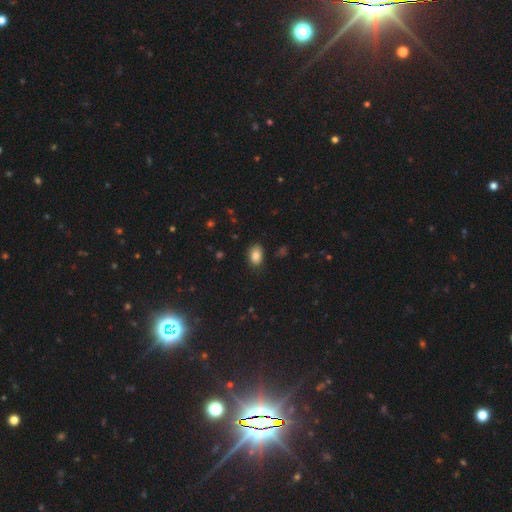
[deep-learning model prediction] smooth 86%, star or artifact 9%, featured or disk 5%. Down the decision tree: how rounded — in between (83%); merging — none (79%).